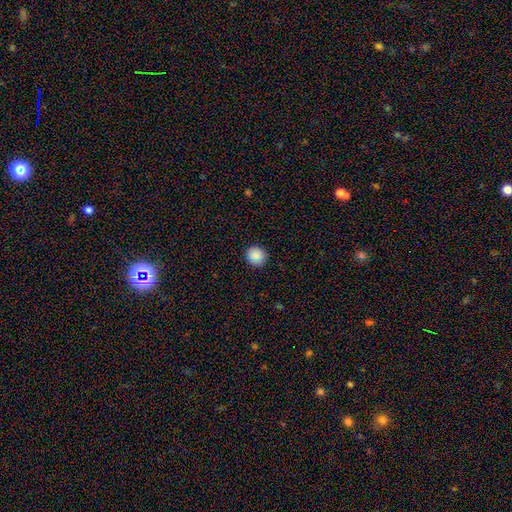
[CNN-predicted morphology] A smooth galaxy with no disk features (87%) that is round (88%). Merging: none (88%).